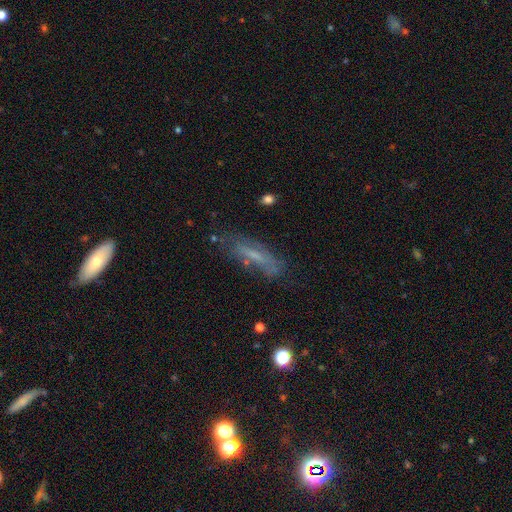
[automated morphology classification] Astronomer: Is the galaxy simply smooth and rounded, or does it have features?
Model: featured or disk — 49% (runner-up: smooth, 39%).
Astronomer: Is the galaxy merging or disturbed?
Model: none — 67%.